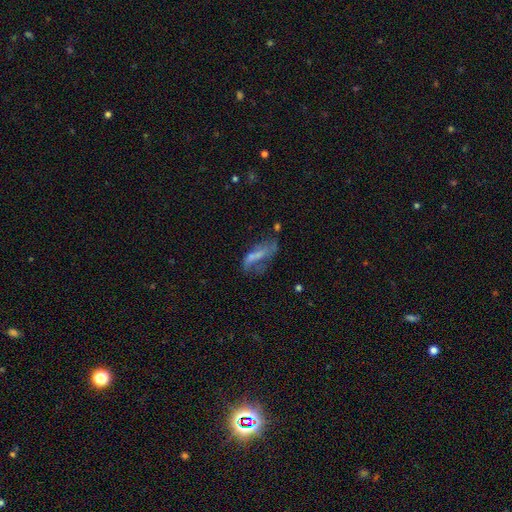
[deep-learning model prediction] The model was most divided on "smooth or featured": featured or disk: 45%, smooth: 42%, star or artifact: 13%. Remaining: merging — major disturbance (37%).